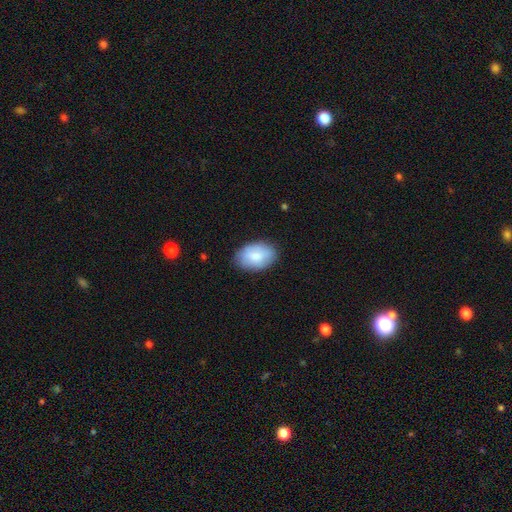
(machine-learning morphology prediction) smooth-or-featured: smooth: 81% | featured or disk: 13% | star or artifact: 6%
  how-rounded: in between: 89% | round: 10% | cigar-shaped: 1%
  merging: none: 82% | minor disturbance: 14% | major disturbance: 3% | merger: 1%